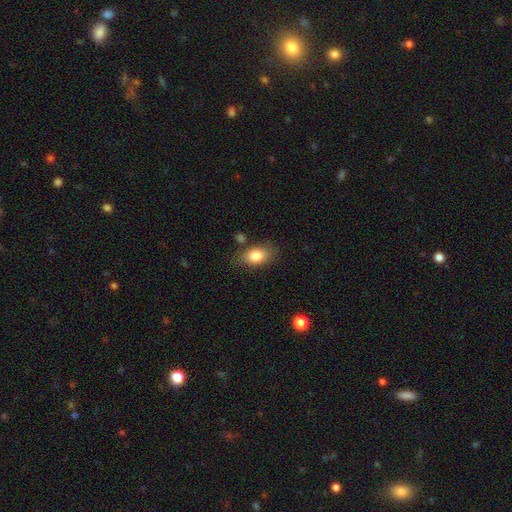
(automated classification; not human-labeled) This appears to be a smooth galaxy with no disk features (82%) that is in between round and cigar-shaped (86%). Merging: none (75%).